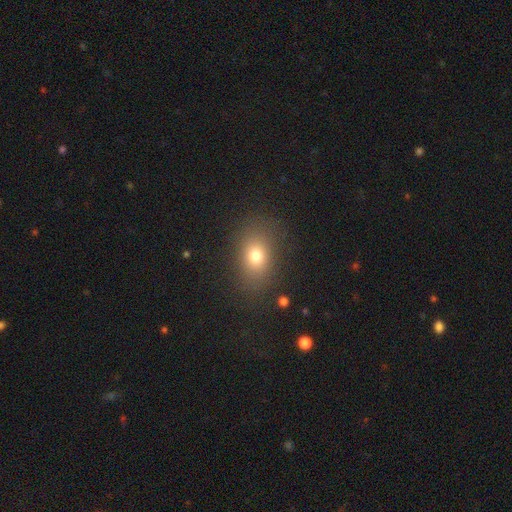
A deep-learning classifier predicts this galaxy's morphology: Q: Smooth or featured?
A: smooth (75%); runner-up: star or artifact (14%)
Q: How rounded?
A: in between (68%); runner-up: round (30%)
Q: Merging?
A: none (83%); runner-up: minor disturbance (11%)